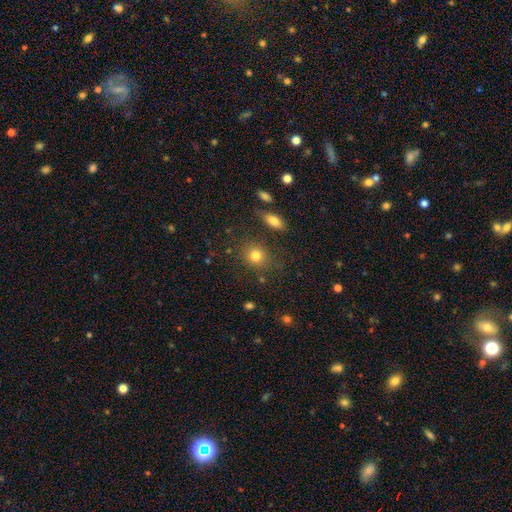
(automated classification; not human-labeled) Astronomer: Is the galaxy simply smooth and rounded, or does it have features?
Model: smooth — 80%.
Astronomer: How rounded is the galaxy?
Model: round — 73%.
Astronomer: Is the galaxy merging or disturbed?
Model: none — 76%.